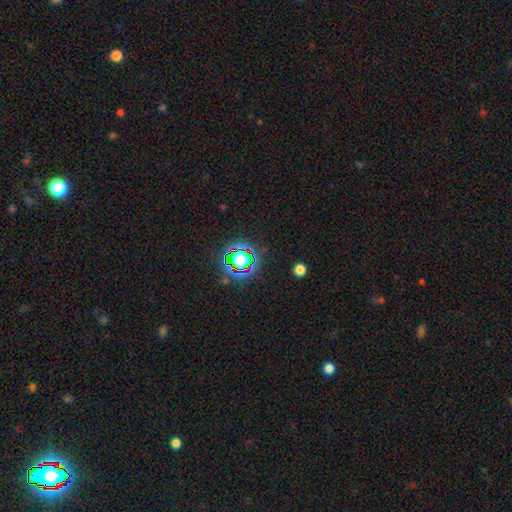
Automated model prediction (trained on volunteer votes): Overall: star or artifact (79%).